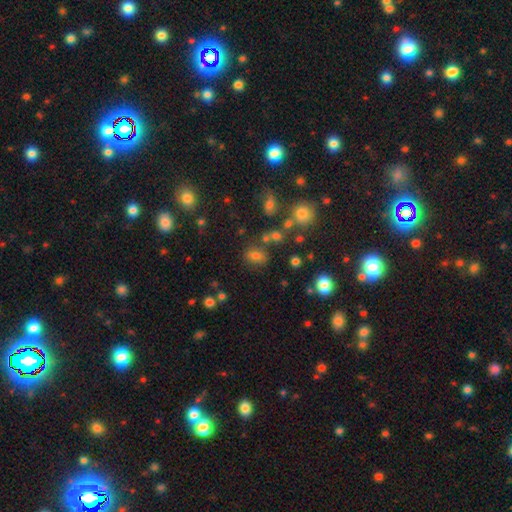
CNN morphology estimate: smooth-or-featured: smooth: 70% | star or artifact: 18% | featured or disk: 11%
  how-rounded: in between: 63% | round: 35% | cigar-shaped: 2%
  merging: none: 71% | minor disturbance: 14% | merger: 9% | major disturbance: 6%